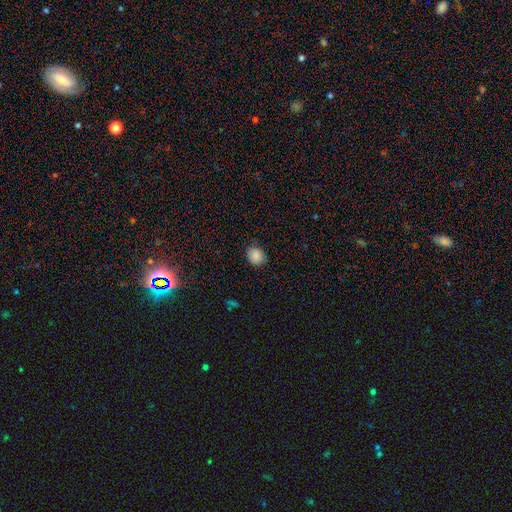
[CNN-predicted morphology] Overall: smooth (87%). How rounded: round (57%; in between 43%). Merging: none (79%).